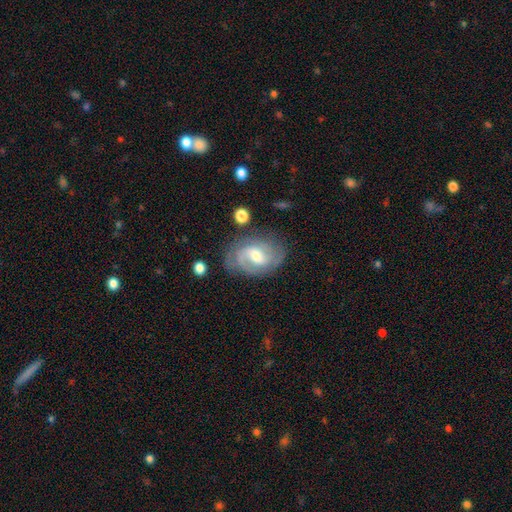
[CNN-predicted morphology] Overall: featured or disk (78%). Edge-on disk: no (96%). Bar: weak (56%; no 27%). Spiral arms: yes (92%). Spiral arm count: 2 (56%; can't tell 21%). Spiral winding: medium (43%; tight 40%). Bulge size: moderate (59%; small 34%). Merging: none (71%).